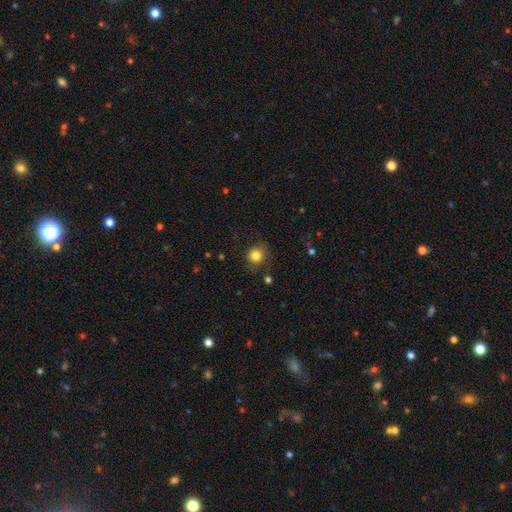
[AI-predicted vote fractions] smooth_or_featured: smooth (p=0.83) [alt: star or artifact p=0.12]
how_rounded: round (p=0.87) [alt: in between p=0.12]
merging: none (p=0.83) [alt: minor disturbance p=0.12]